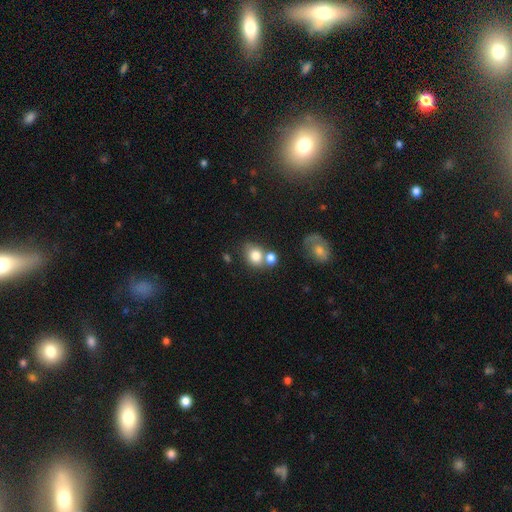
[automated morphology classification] Smooth or featured? smooth (79%)
How rounded? round (58%)
Merging? none (47%)